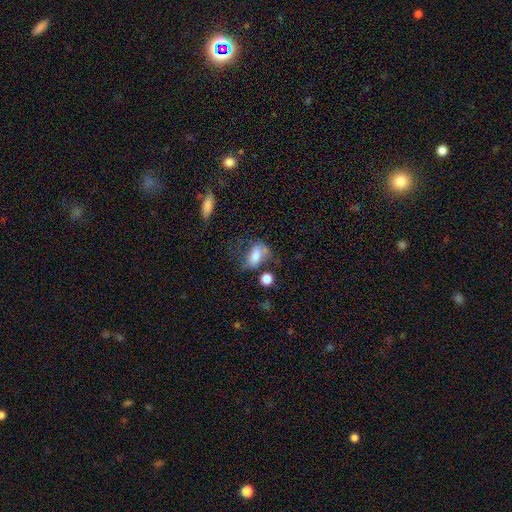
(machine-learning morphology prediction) Smooth or featured? Predicted: smooth (p=0.70). How rounded? Predicted: in between (p=0.84). Merging? Predicted: none (p=0.32).